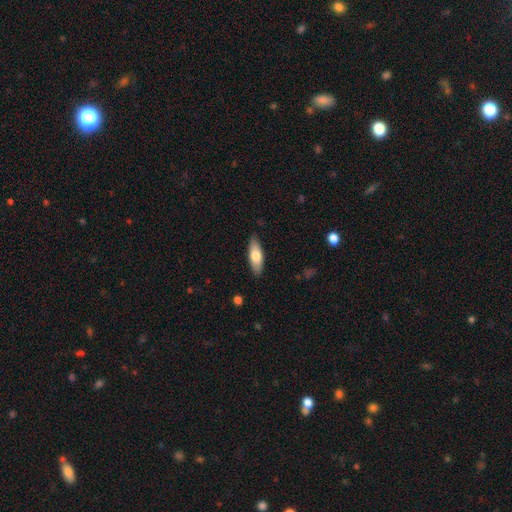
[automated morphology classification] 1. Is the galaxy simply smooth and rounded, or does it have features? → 73% smooth, 21% featured or disk, 6% star or artifact.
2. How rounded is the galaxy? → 64% in between, 34% cigar-shaped, 2% round.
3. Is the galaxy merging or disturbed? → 87% none, 10% minor disturbance, 2% major disturbance, 1% merger.